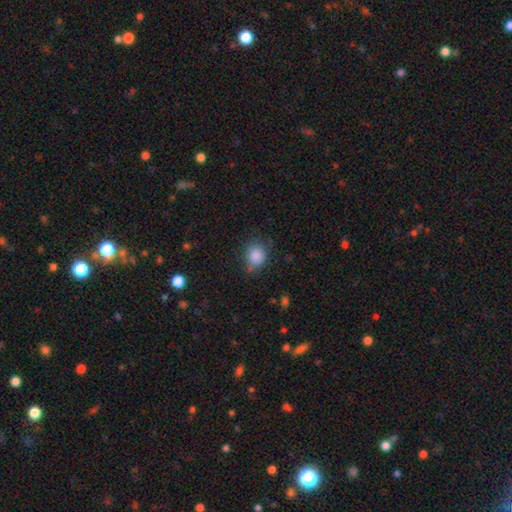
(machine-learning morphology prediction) smooth_or_featured: smooth (p=0.86) [alt: star or artifact p=0.09]
how_rounded: round (p=0.72) [alt: in between p=0.27]
merging: none (p=0.69) [alt: minor disturbance p=0.22]